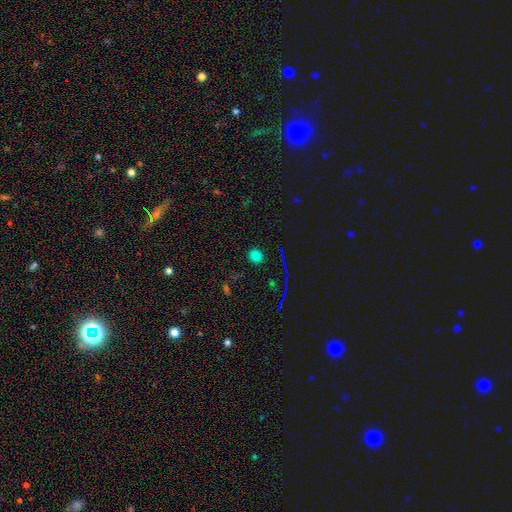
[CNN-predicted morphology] A smooth galaxy with no disk features (76%) that is round (77%).

Vote fractions:
- Smooth or featured? smooth: 76% / star or artifact: 18% / featured or disk: 6%
- How rounded? round: 77% / in between: 22% / cigar-shaped: 1%
- Merging? none: 89% / minor disturbance: 7% / major disturbance: 2% / merger: 1%